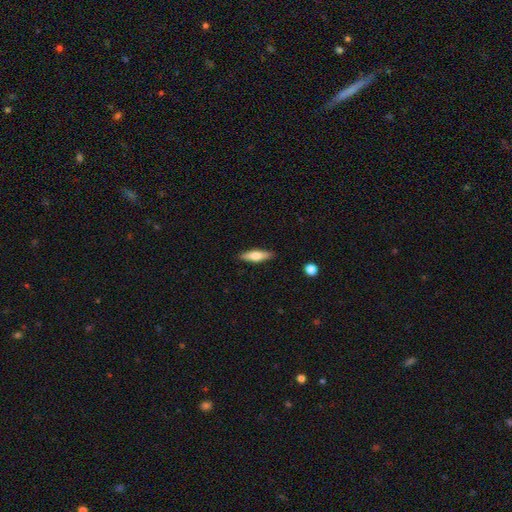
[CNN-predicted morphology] This is possibly a smooth galaxy (59%). How rounded: possibly cigar-shaped (58%). Merging: clearly none (89%).